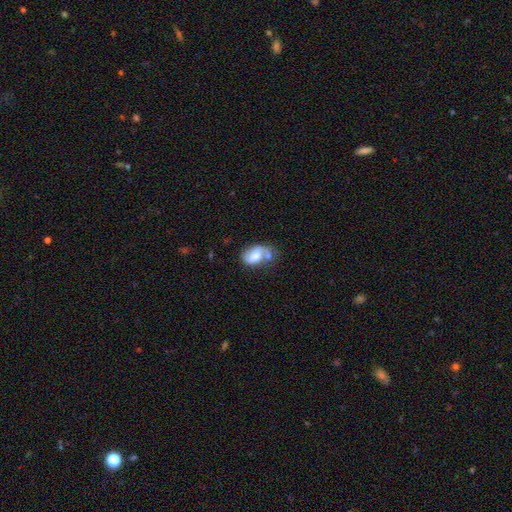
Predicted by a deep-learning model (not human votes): Smooth or featured?
  - featured or disk: 48% *
  - smooth: 44%
  - star or artifact: 8%
Merging?
  - none: 34% *
  - merger: 28%
  - minor disturbance: 24%
  - major disturbance: 14%